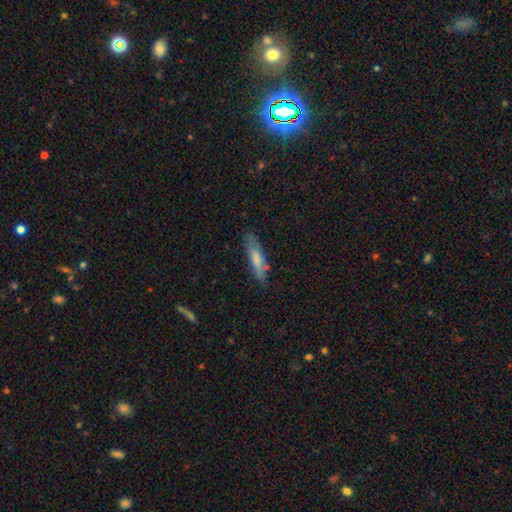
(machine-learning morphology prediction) Smooth or featured? smooth (58%)
How rounded? cigar-shaped (81%)
Merging? none (81%)